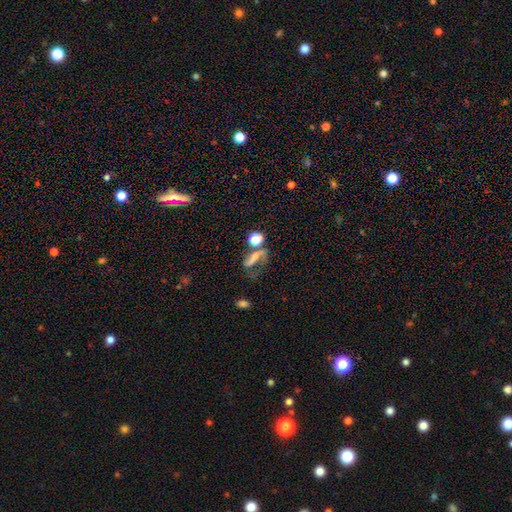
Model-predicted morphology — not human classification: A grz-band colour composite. It shows a featured or disk galaxy (39%). Merging: none (46%).